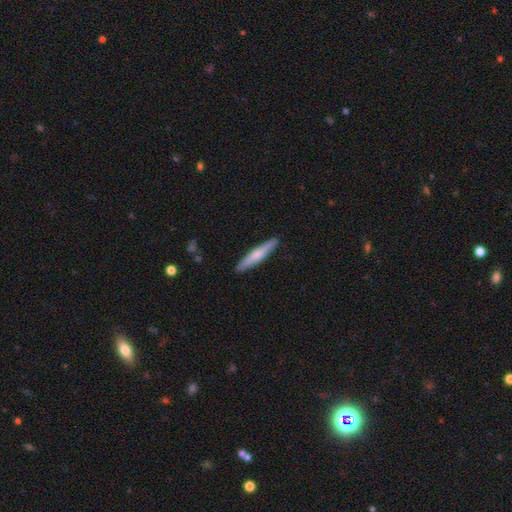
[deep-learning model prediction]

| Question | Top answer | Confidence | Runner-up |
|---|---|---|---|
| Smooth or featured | smooth | 56% | featured or disk (39%) |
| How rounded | cigar-shaped | 93% | in between (6%) |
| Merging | none | 91% | minor disturbance (7%) |